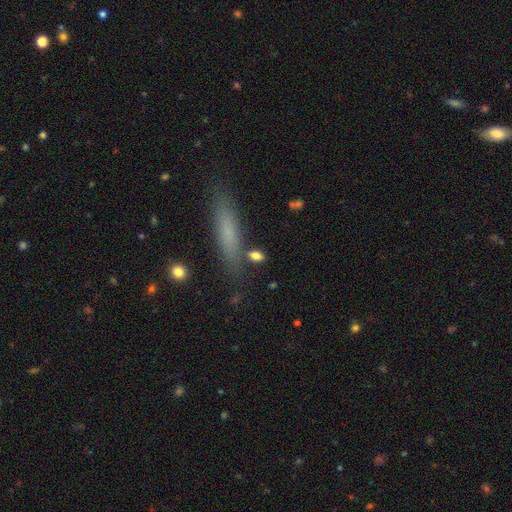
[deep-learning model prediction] Smooth or featured? Predicted: smooth (p=0.80). How rounded? Predicted: in between (p=0.74). Merging? Predicted: none (p=0.74).